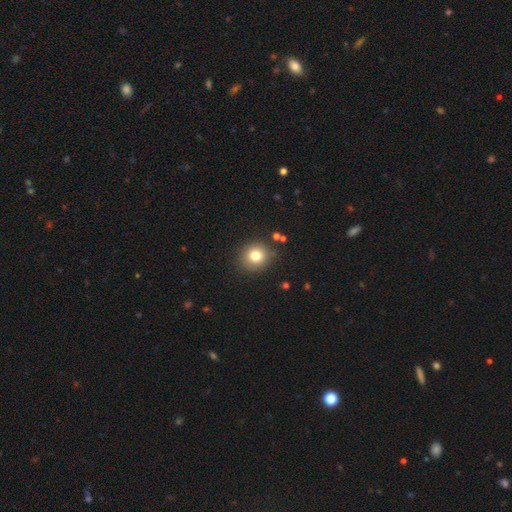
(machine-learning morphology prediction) A smooth galaxy with no disk features (78%) that is round (87%). Merging: none (86%).